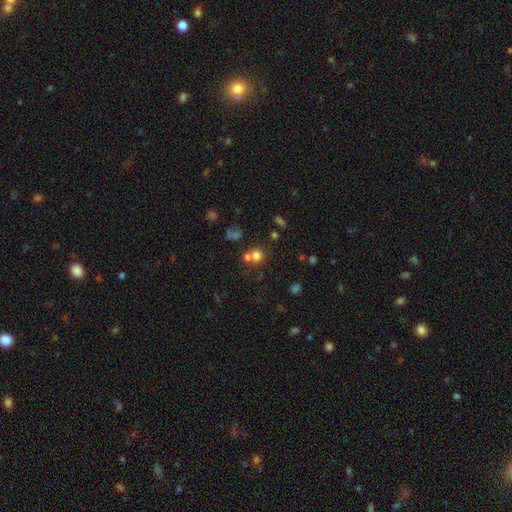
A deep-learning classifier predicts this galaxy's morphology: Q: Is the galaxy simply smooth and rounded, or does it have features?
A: smooth — 71%.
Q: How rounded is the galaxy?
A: round — 85%.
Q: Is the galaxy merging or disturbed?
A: none — 55%.